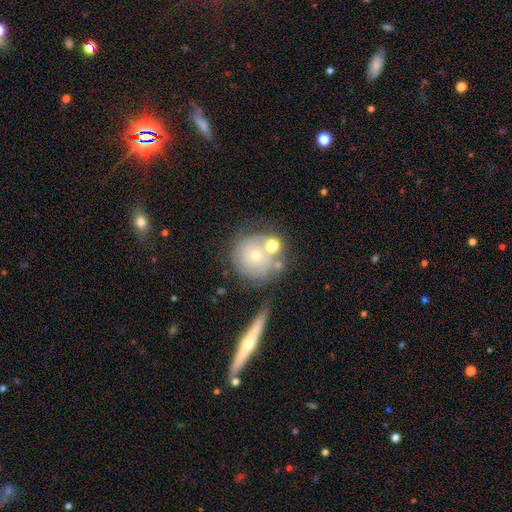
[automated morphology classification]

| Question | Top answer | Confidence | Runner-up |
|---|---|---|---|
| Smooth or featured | featured or disk | 57% | smooth (33%) |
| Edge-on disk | no | 96% | yes (4%) |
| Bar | no | 86% | weak (11%) |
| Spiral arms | yes | 66% | no (34%) |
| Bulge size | small | 61% | moderate (33%) |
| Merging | none | 57% | minor disturbance (18%) |